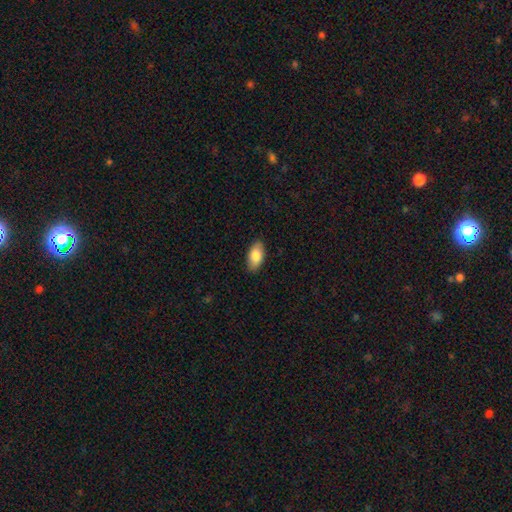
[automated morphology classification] The model was most divided on "smooth or featured": smooth: 84%, featured or disk: 10%, star or artifact: 6%. More confident: how rounded — in between (92%); merging — none (89%).